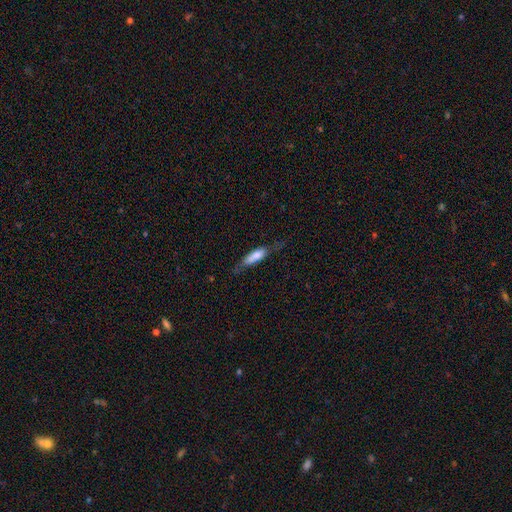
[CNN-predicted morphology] smooth 67%, featured or disk 26%, star or artifact 7%. Down the decision tree: how rounded — cigar-shaped (63%); merging — none (58%).